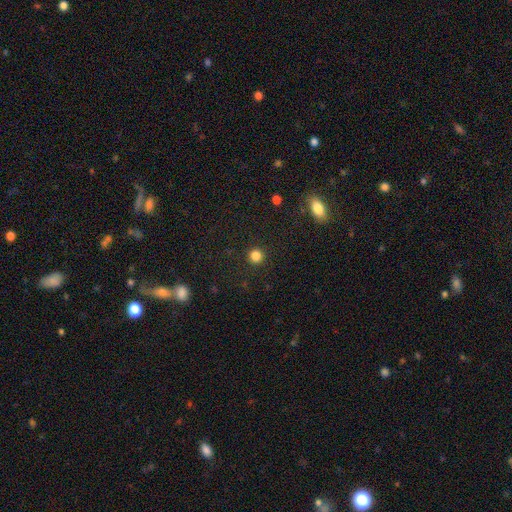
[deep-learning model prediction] Q: Smooth or featured?
A: smooth (84%); runner-up: star or artifact (12%)
Q: How rounded?
A: round (94%); runner-up: in between (5%)
Q: Merging?
A: none (92%); runner-up: minor disturbance (5%)